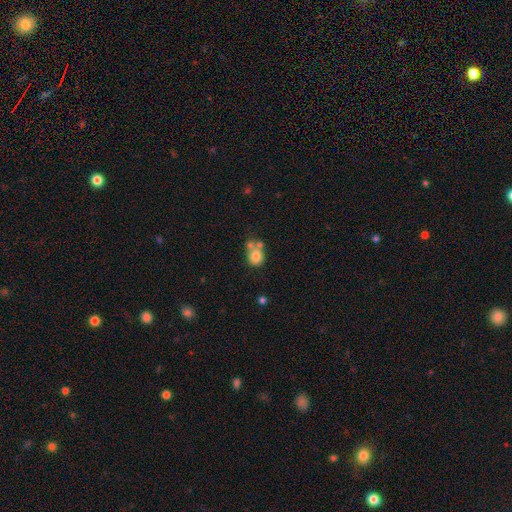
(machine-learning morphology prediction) smooth 76%, featured or disk 14%, star or artifact 10%. Down the decision tree: how rounded — round (68%); merging — merger (41%).